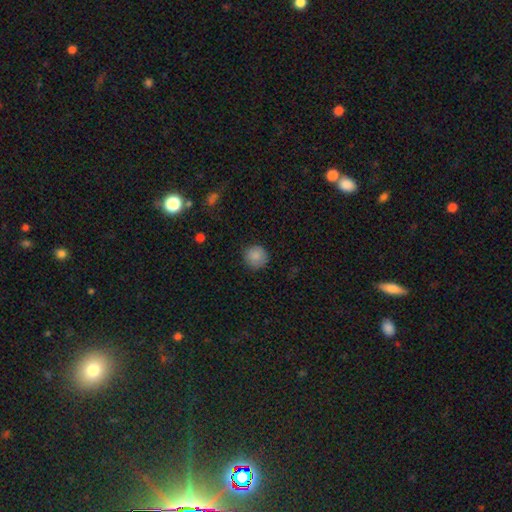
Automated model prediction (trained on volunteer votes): A smooth galaxy with no disk features (86%) that is round (94%). Merging: none (87%).